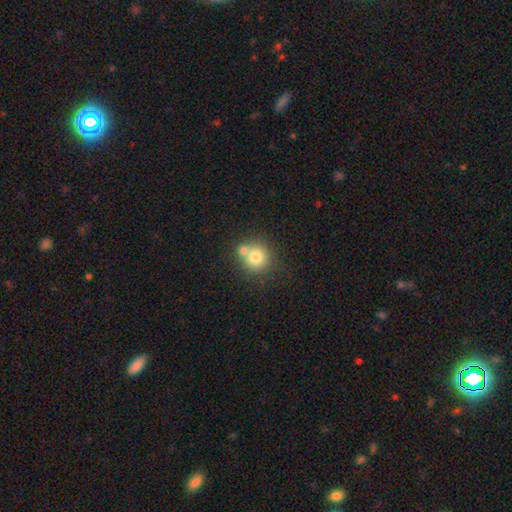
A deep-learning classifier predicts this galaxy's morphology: This is likely a smooth galaxy (76%). How rounded: clearly round (90%). Merging: possibly none (53%).